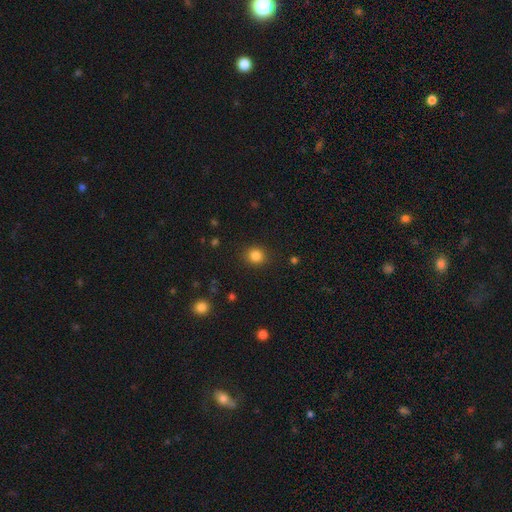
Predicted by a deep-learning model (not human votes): smooth_or_featured: smooth (p=0.84) [alt: star or artifact p=0.12]
how_rounded: round (p=0.85) [alt: in between p=0.14]
merging: none (p=0.89) [alt: minor disturbance p=0.07]